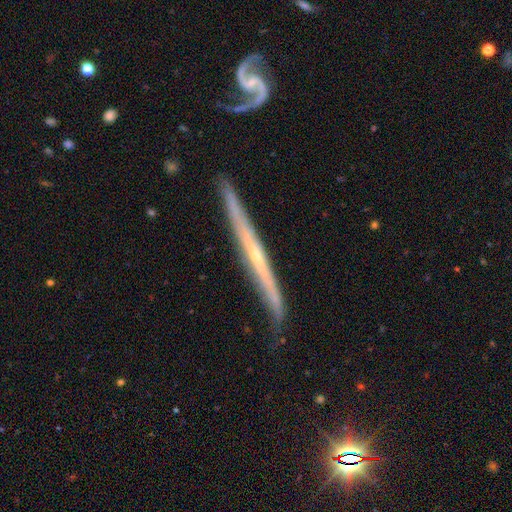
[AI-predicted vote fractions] This appears to be a featured or disk galaxy (82%) viewed edge-on (92%) with a rounded central bulge (48%, tied with none). Merging: none (76%).